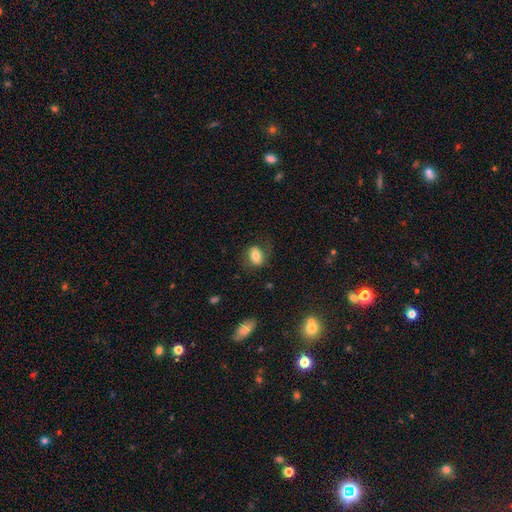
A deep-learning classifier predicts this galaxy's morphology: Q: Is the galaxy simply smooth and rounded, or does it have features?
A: smooth — 74%.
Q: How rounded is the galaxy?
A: in between — 74%.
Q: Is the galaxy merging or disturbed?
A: none — 71%.